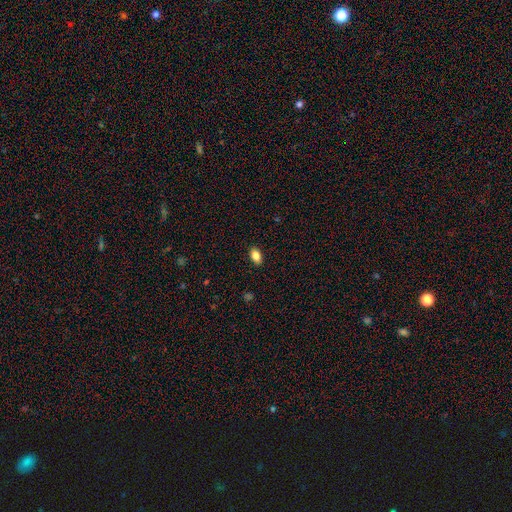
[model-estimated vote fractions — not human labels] Smooth or featured?
  - smooth: 85% *
  - star or artifact: 9%
  - featured or disk: 7%
How rounded?
  - in between: 89% *
  - round: 8%
  - cigar-shaped: 2%
Merging?
  - none: 89% *
  - minor disturbance: 8%
  - major disturbance: 2%
  - merger: 1%